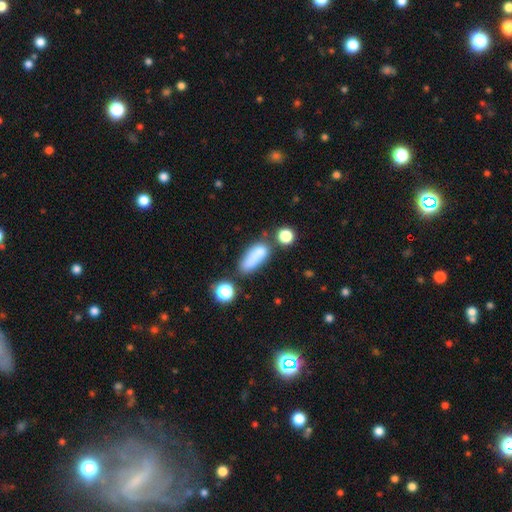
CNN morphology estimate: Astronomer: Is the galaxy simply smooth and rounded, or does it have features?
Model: smooth — 75%.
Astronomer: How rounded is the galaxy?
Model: in between — 62%.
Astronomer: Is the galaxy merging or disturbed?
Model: none — 47%.